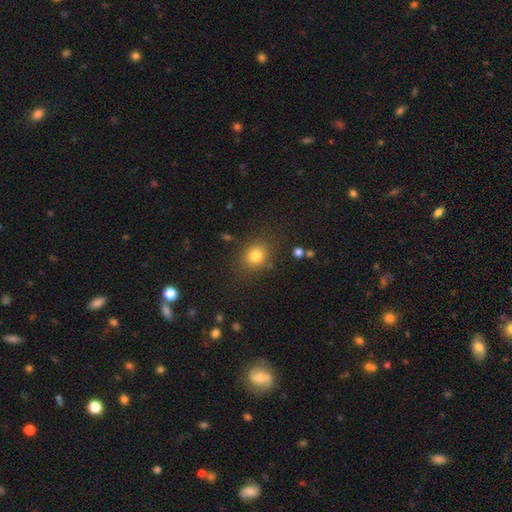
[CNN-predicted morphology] The model was most divided on "how rounded": round: 63%, in between: 36%, cigar-shaped: 1%. More confident: smooth or featured — smooth (81%); merging — none (80%).